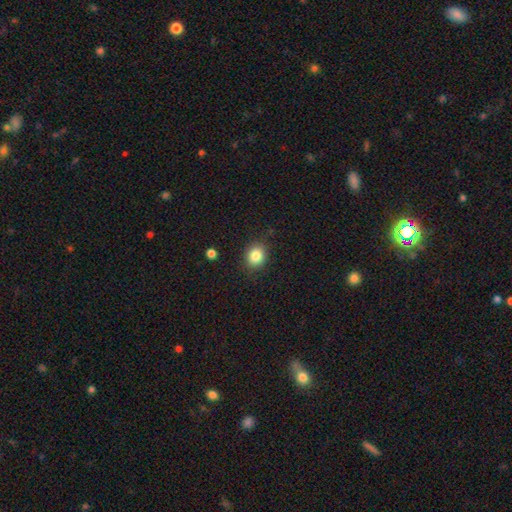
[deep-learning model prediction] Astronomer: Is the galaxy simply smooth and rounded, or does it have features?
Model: smooth — 84%.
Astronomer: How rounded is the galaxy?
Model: round — 66%.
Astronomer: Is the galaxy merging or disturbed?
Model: none — 85%.